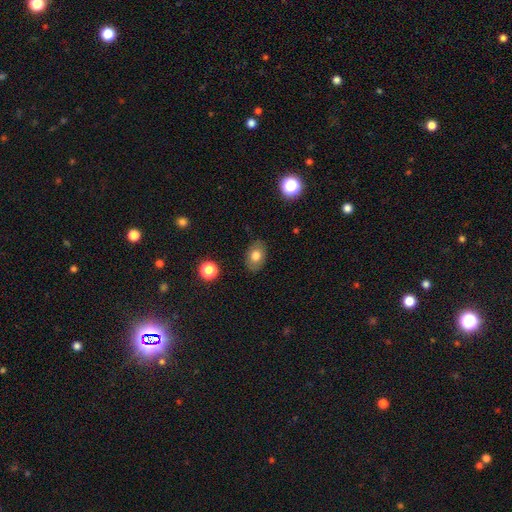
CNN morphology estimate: smooth 74%, featured or disk 16%, star or artifact 9%. Down the decision tree: how rounded — in between (77%); merging — none (84%).